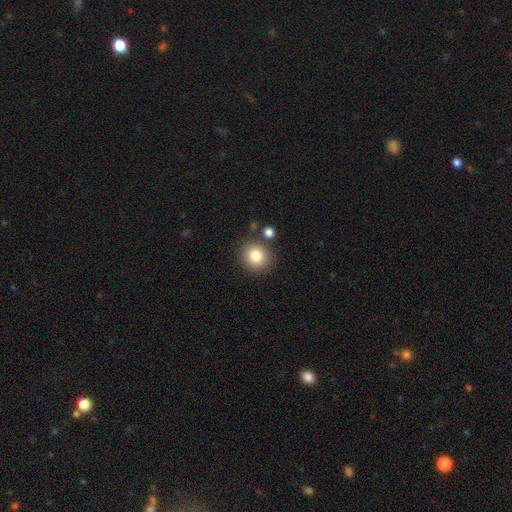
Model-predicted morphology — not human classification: Q: Smooth or featured?
A: smooth (84%); runner-up: star or artifact (9%)
Q: How rounded?
A: round (88%); runner-up: in between (11%)
Q: Merging?
A: none (81%); runner-up: minor disturbance (9%)